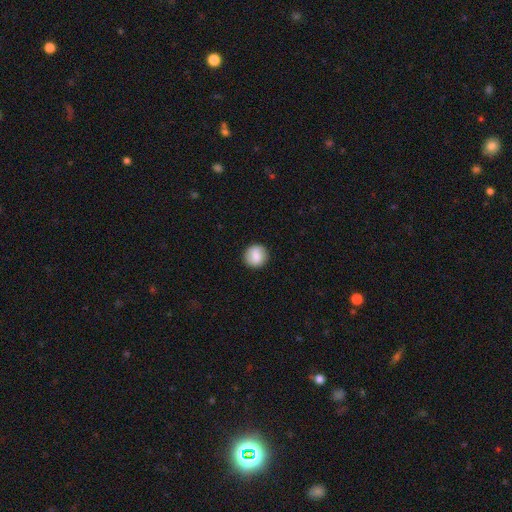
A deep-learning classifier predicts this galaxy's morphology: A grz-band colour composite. It shows a smooth galaxy with no disk features (77%) that is round (91%). Merging: none (89%).